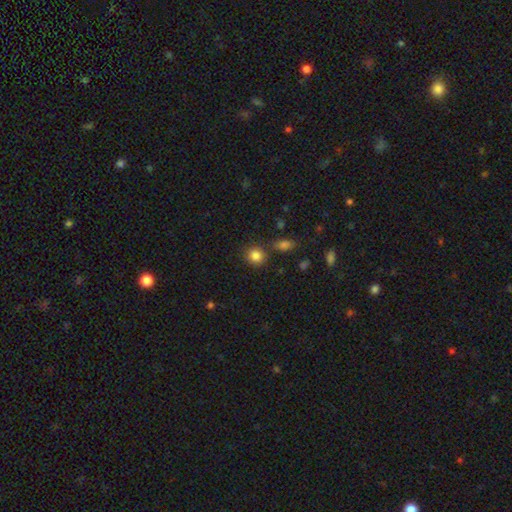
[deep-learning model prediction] A smooth galaxy with no disk features (85%) that is round (84%).

Vote fractions:
- Smooth or featured? smooth: 85% / star or artifact: 10% / featured or disk: 5%
- How rounded? round: 84% / in between: 15% / cigar-shaped: 1%
- Merging? none: 79% / minor disturbance: 11% / merger: 7% / major disturbance: 4%